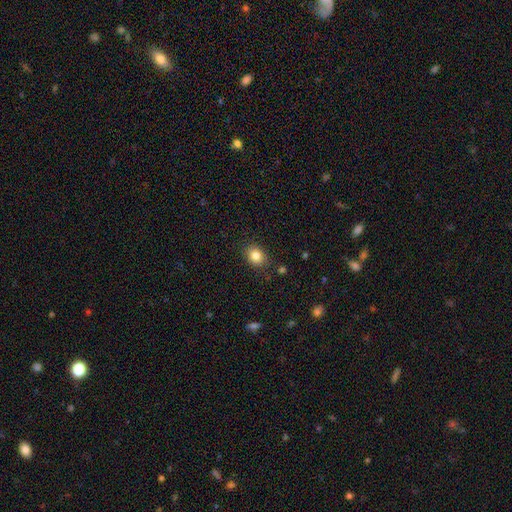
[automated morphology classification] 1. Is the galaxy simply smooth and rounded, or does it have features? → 83% smooth, 10% star or artifact, 6% featured or disk.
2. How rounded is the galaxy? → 52% round, 47% in between, 1% cigar-shaped.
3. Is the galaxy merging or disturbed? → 85% none, 11% minor disturbance, 3% major disturbance, 2% merger.